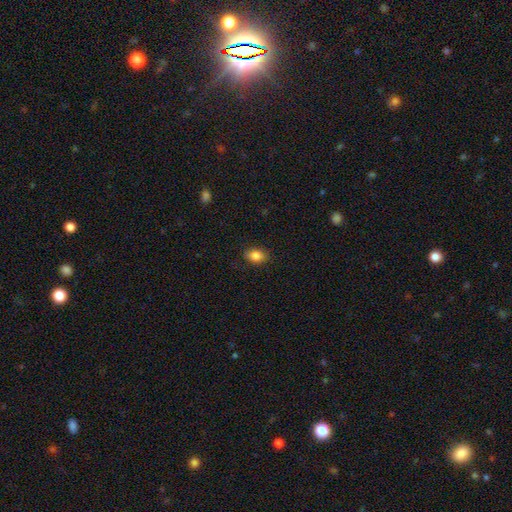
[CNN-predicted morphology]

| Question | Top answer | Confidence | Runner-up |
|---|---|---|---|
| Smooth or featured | smooth | 86% | star or artifact (9%) |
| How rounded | in between | 78% | round (20%) |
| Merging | none | 85% | minor disturbance (11%) |